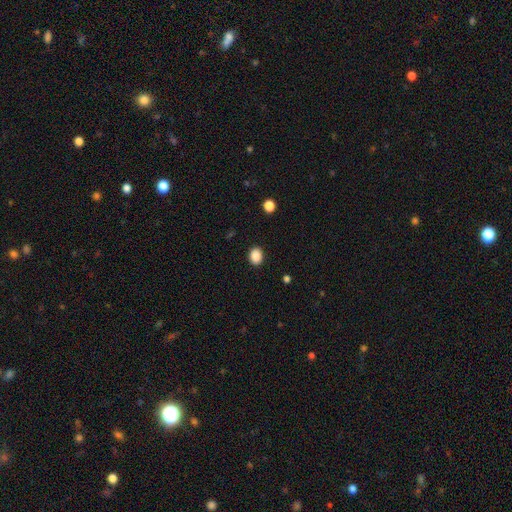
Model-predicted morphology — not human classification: The model was most divided on "how rounded": in between: 57%, round: 42%, cigar-shaped: 1%. More confident: merging — none (90%); smooth or featured — smooth (89%).